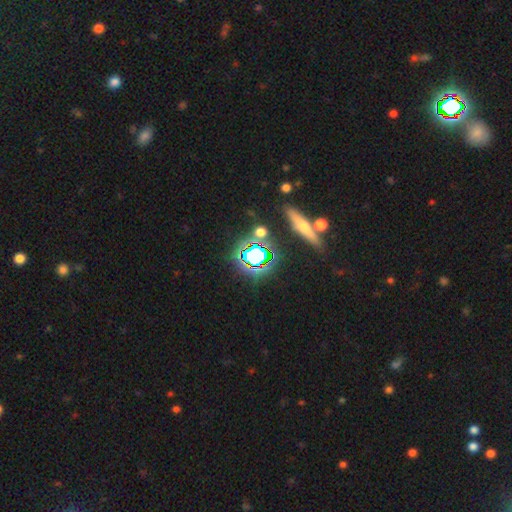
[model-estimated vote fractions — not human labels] A star or artifact, not a galaxy (61%).

Vote fractions:
- Smooth or featured? star or artifact: 61% / smooth: 23% / featured or disk: 17%